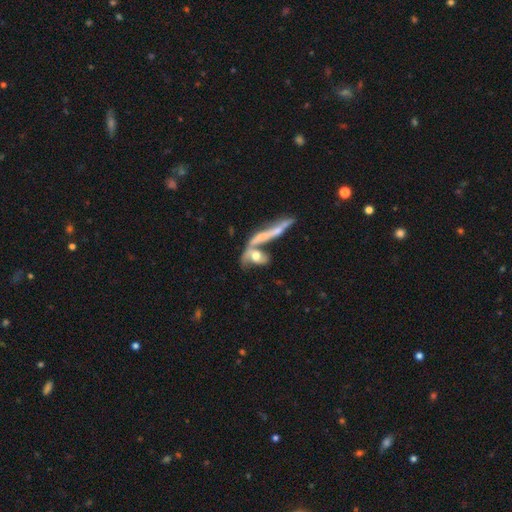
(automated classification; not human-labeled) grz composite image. It shows a smooth galaxy with no disk features (47%). Merging: merger (51%).